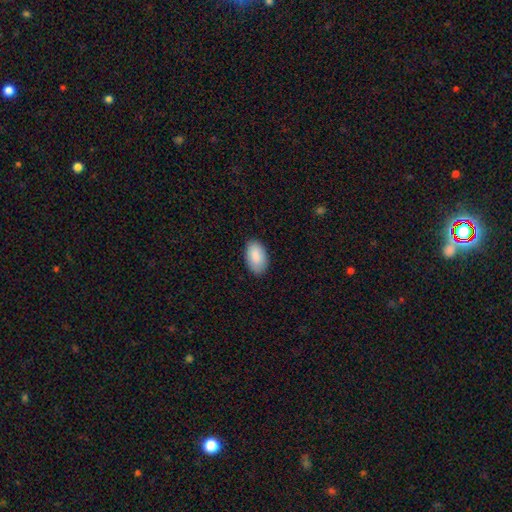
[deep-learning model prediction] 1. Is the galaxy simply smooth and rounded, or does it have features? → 89% smooth, 6% star or artifact, 6% featured or disk.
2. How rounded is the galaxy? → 95% in between, 4% round, 1% cigar-shaped.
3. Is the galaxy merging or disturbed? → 86% none, 11% minor disturbance, 2% major disturbance, 1% merger.